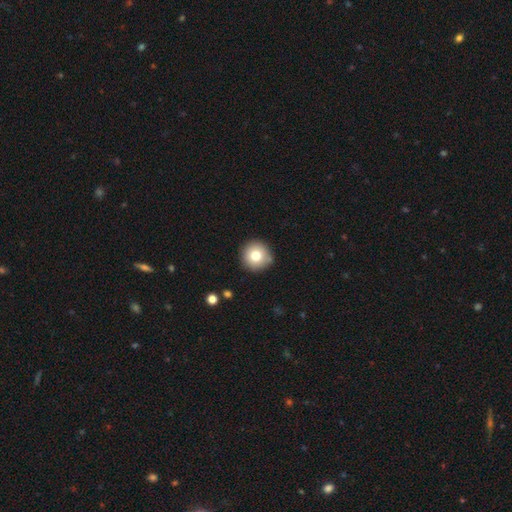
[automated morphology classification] Q: Smooth or featured?
A: smooth (77%); runner-up: featured or disk (12%)
Q: How rounded?
A: round (95%); runner-up: in between (4%)
Q: Merging?
A: none (88%); runner-up: minor disturbance (8%)